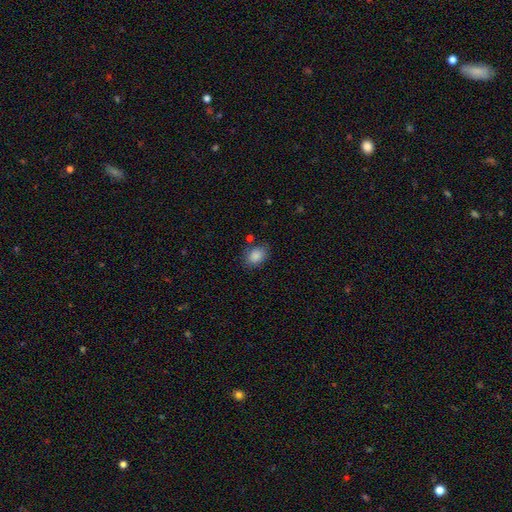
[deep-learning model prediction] Overall: smooth (87%). How rounded: in between (65%; round 34%). Merging: none (76%).